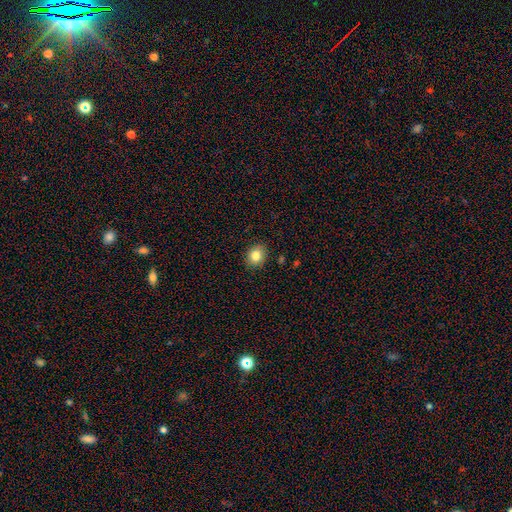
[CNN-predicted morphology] Smooth or featured?
  - smooth: 82% *
  - star or artifact: 10%
  - featured or disk: 8%
How rounded?
  - round: 61% *
  - in between: 38%
  - cigar-shaped: 1%
Merging?
  - none: 87% *
  - minor disturbance: 9%
  - major disturbance: 2%
  - merger: 1%